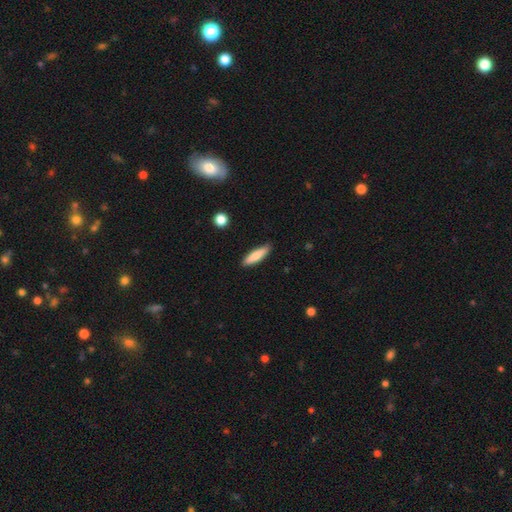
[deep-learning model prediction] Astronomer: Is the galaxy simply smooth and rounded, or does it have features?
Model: smooth — 78%.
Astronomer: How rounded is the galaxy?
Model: cigar-shaped — 68%.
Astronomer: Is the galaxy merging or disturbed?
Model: none — 88%.